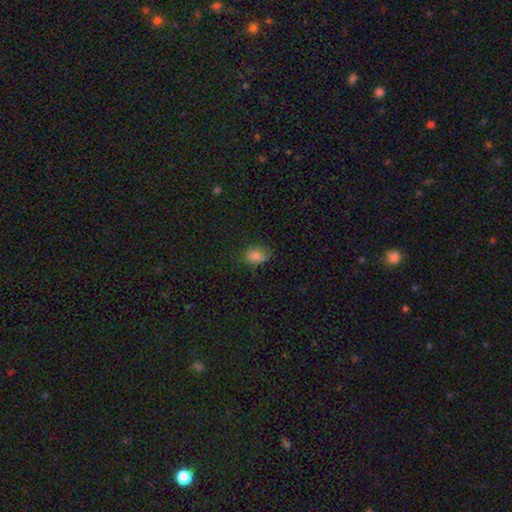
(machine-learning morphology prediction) A smooth galaxy with no disk features (80%) that is in between round and cigar-shaped (71%).

Vote fractions:
- Smooth or featured? smooth: 80% / star or artifact: 11% / featured or disk: 9%
- How rounded? in between: 71% / round: 27% / cigar-shaped: 1%
- Merging? none: 69% / minor disturbance: 24% / major disturbance: 6% / merger: 1%